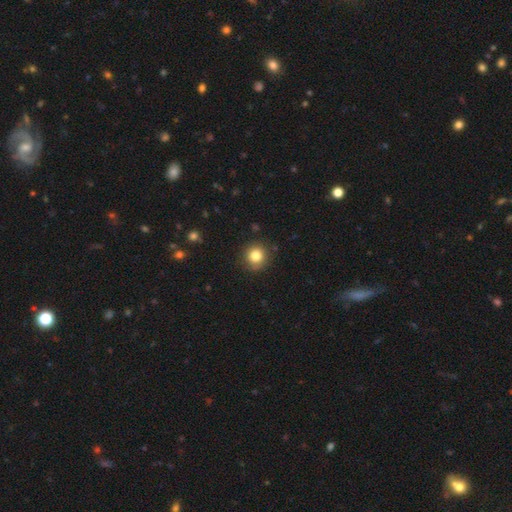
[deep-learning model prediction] Smooth or featured: smooth — 82% (star or artifact — 11%)
How rounded: round — 92% (in between — 7%)
Merging: none — 89% (minor disturbance — 8%)